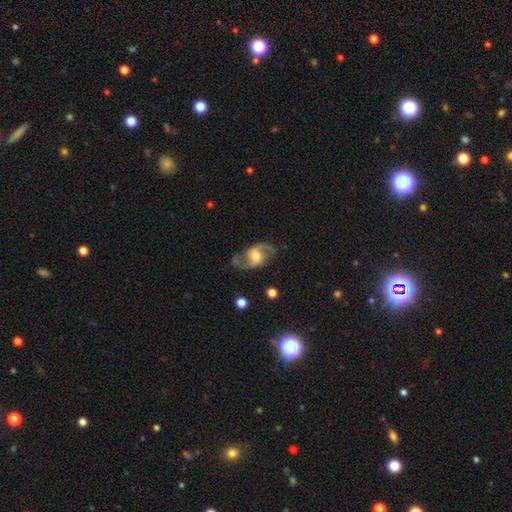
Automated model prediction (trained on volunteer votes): Smooth or featured: featured or disk — 86% (smooth — 9%)
Edge-on disk: no — 97% (yes — 3%)
Bar: weak — 44% (no — 41%)
Spiral arms: yes — 95% (no — 5%)
Spiral winding: medium — 48% (loose — 42%)
Spiral arm count: 2 — 92% (can't tell — 3%)
Bulge size: moderate — 59% (small — 19%)
Merging: none — 76% (minor disturbance — 15%)